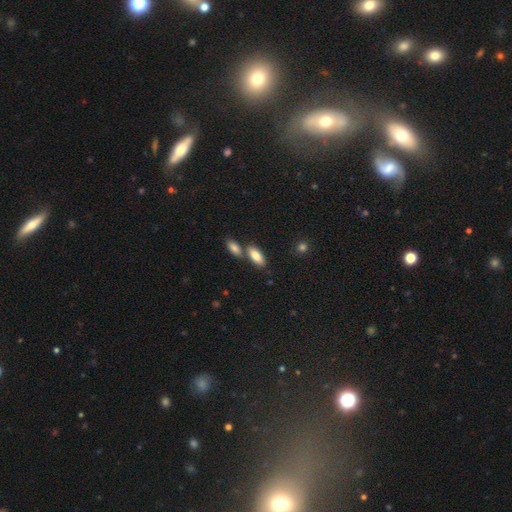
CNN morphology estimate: A smooth galaxy with no disk features (82%) that is in between round and cigar-shaped (83%).

Vote fractions:
- Smooth or featured? smooth: 82% / featured or disk: 12% / star or artifact: 6%
- How rounded? in between: 83% / cigar-shaped: 14% / round: 2%
- Merging? none: 62% / merger: 25% / minor disturbance: 10% / major disturbance: 3%